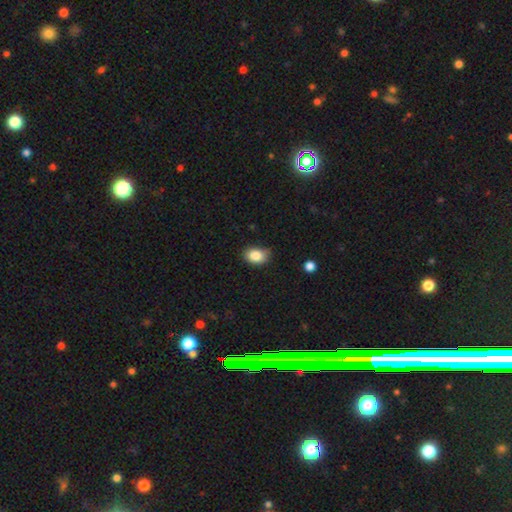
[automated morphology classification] type=smooth (86%); roundness=in between (77%); merging=none (74%).